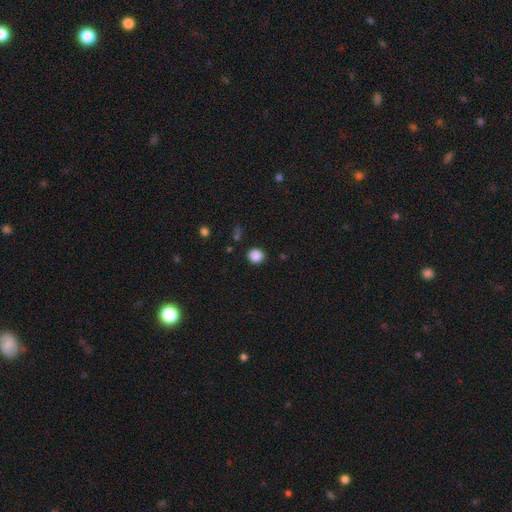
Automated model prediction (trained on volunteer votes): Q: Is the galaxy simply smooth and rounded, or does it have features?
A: smooth — 87%.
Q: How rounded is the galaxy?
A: round — 89%.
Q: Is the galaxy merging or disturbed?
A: none — 89%.